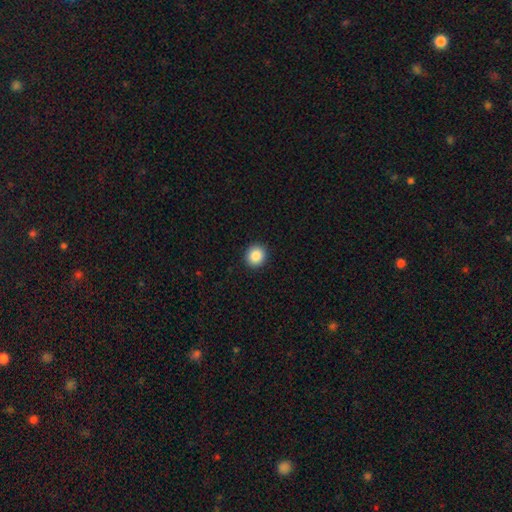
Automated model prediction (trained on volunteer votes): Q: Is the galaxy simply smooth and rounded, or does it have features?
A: smooth — 87%.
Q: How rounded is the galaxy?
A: round — 87%.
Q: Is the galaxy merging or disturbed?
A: none — 92%.